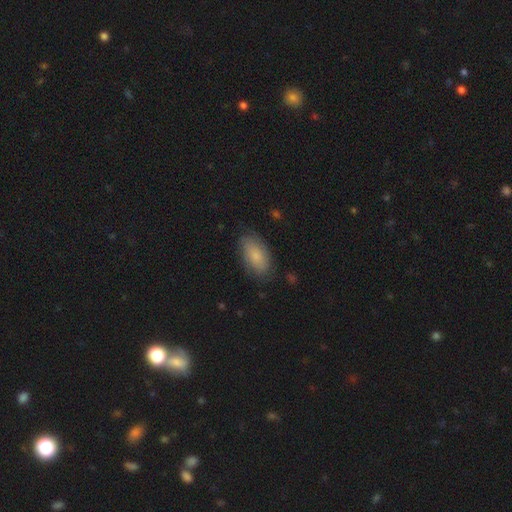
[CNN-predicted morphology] This appears to be a smooth galaxy with no disk features (77%) that is in between round and cigar-shaped (93%). Merging: none (77%).